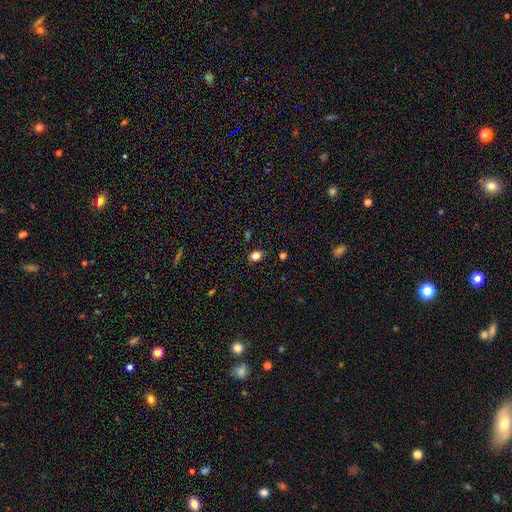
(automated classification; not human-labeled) Smooth or featured: smooth — 80% (star or artifact — 14%)
How rounded: in between — 65% (round — 34%)
Merging: none — 86% (minor disturbance — 10%)